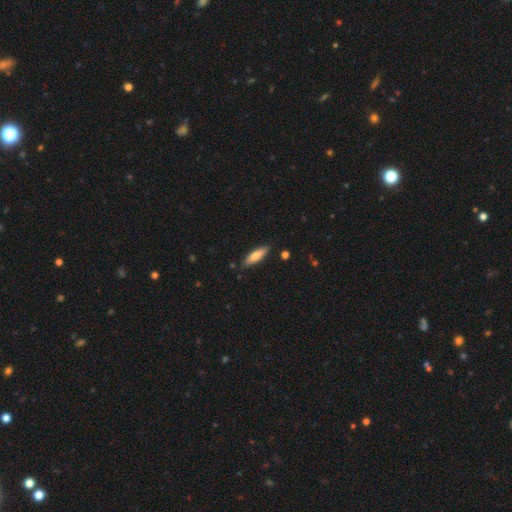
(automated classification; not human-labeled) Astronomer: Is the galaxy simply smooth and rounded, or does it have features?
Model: smooth — 72%.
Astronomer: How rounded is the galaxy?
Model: cigar-shaped — 65%.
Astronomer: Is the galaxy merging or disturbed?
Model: none — 86%.